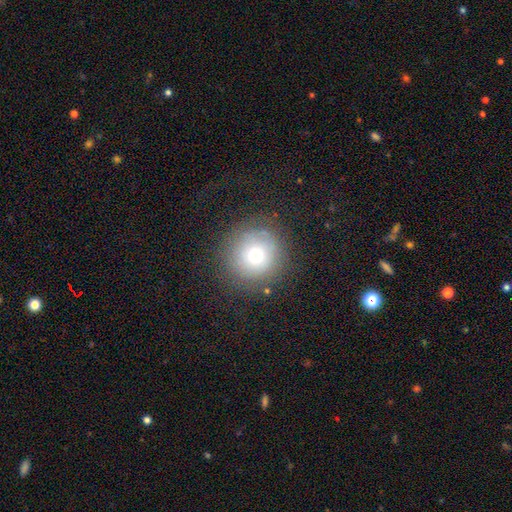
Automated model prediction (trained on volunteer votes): Overall: smooth (68%). How rounded: round (95%). Merging: none (81%).